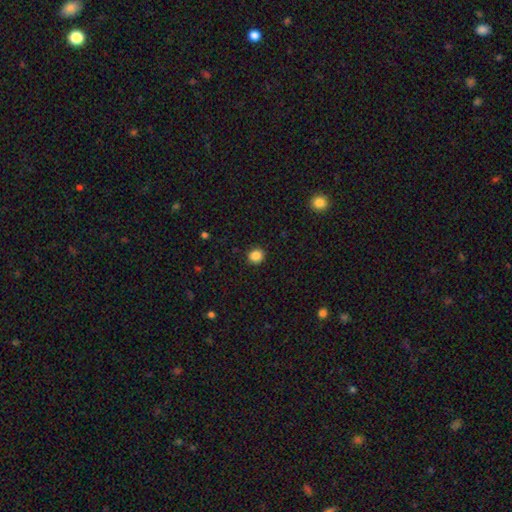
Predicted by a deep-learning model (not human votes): Overall: smooth (86%). How rounded: round (87%). Merging: none (92%).